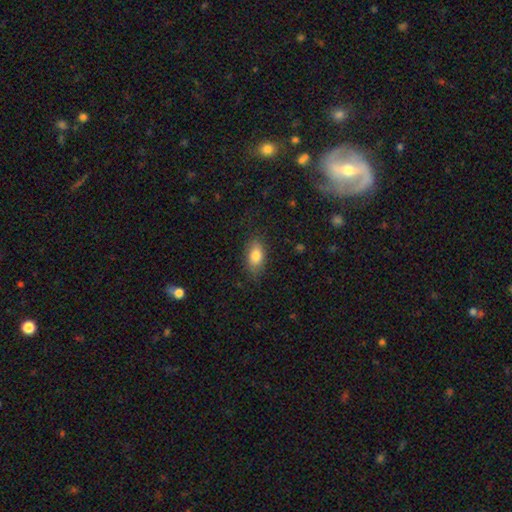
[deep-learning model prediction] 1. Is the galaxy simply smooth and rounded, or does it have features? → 82% smooth, 10% featured or disk, 8% star or artifact.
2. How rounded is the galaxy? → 87% in between, 8% round, 4% cigar-shaped.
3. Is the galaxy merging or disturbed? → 80% none, 15% minor disturbance, 4% major disturbance, 1% merger.